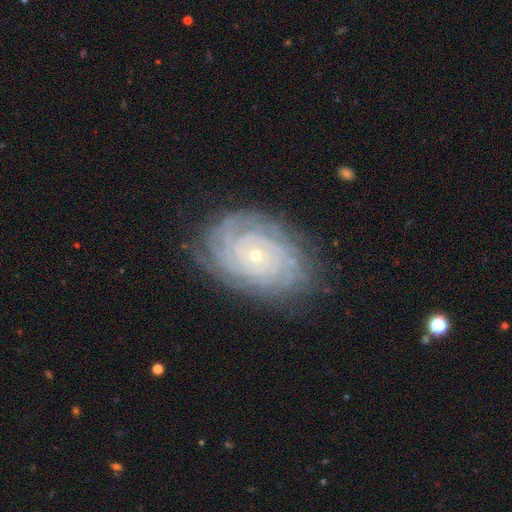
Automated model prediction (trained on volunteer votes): smooth-or-featured: featured or disk: 88% | star or artifact: 6% | smooth: 6%
  disk-edge-on: no: 97% | yes: 3%
    bar: no: 82% | weak: 13% | strong: 5%
    has-spiral-arms: yes: 98% | no: 2%
      spiral-winding: tight: 88% | medium: 10% | loose: 2%
      spiral-arm-count: more than 4: 30% | can't tell: 23% | 4: 20% | 3: 11% | 2: 9% | 1: 7%
    bulge-size: small: 82% | moderate: 15% | large: 1% | none: 1% | dominant: 1%
  merging: none: 82% | minor disturbance: 13% | major disturbance: 4% | merger: 1%